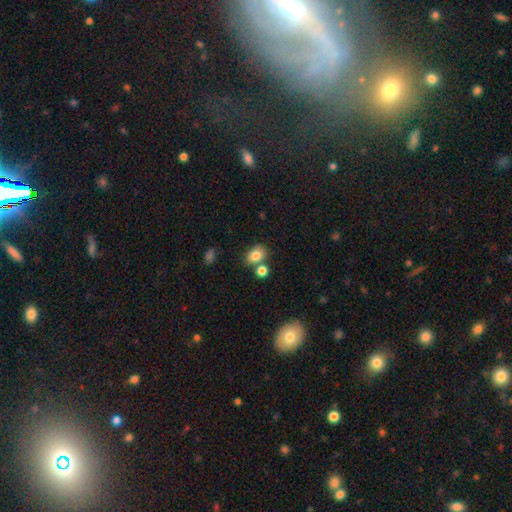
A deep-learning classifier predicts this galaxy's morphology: Smooth or featured?
  - smooth: 82% *
  - star or artifact: 10%
  - featured or disk: 8%
How rounded?
  - in between: 52% *
  - round: 47%
  - cigar-shaped: 1%
Merging?
  - none: 63% *
  - merger: 21%
  - minor disturbance: 13%
  - major disturbance: 4%